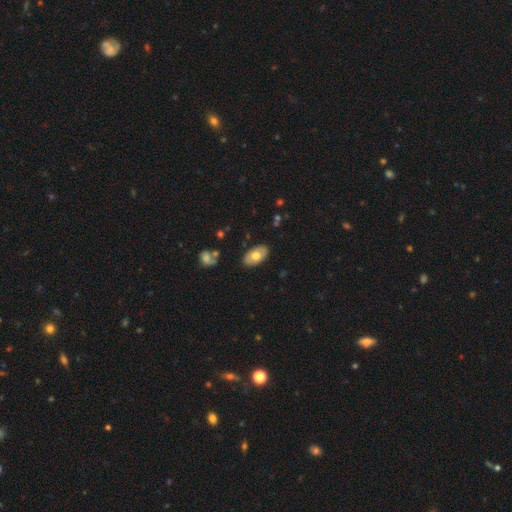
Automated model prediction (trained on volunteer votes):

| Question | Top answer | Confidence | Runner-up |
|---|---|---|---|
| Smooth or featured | smooth | 67% | featured or disk (27%) |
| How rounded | in between | 94% | round (4%) |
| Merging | none | 85% | minor disturbance (11%) |